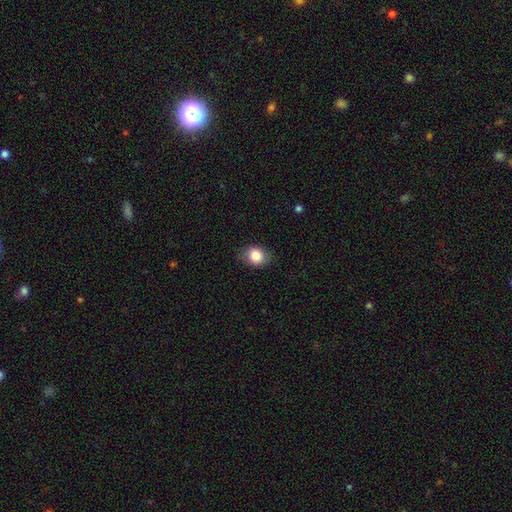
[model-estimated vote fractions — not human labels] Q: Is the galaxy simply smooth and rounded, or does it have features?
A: smooth — 84%.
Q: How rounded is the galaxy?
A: round — 53%.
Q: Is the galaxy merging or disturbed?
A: none — 81%.